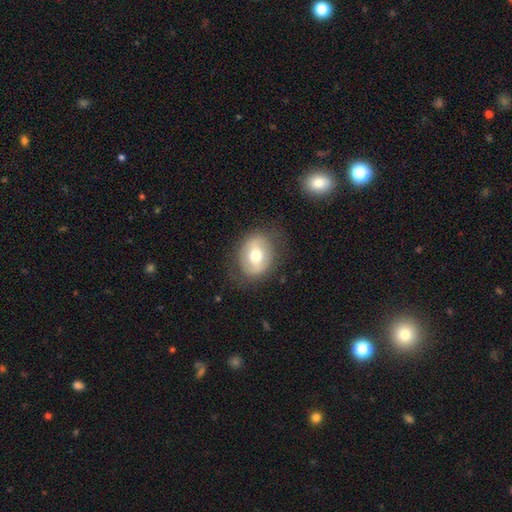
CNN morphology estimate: type=smooth (53%); roundness=round (52%); merging=none (77%).